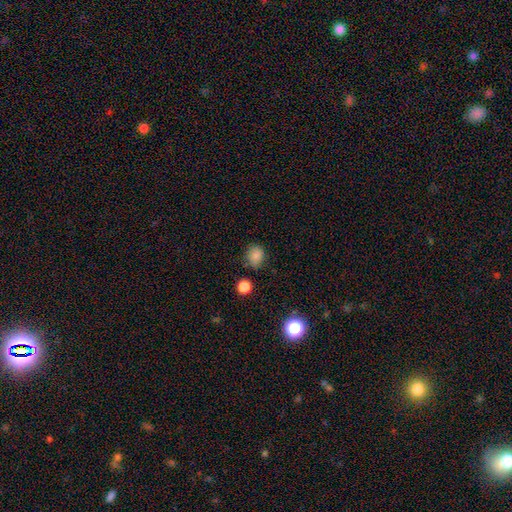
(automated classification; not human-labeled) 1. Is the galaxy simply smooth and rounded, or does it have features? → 83% smooth, 12% star or artifact, 5% featured or disk.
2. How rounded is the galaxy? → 69% round, 30% in between, 1% cigar-shaped.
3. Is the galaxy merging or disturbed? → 75% none, 17% minor disturbance, 4% merger, 4% major disturbance.